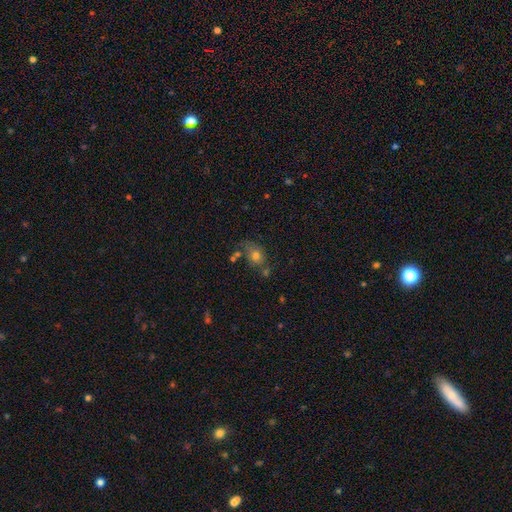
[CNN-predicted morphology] Smooth or featured: smooth — 66% (featured or disk — 18%)
How rounded: in between — 57% (round — 41%)
Merging: none — 51% (minor disturbance — 21%)